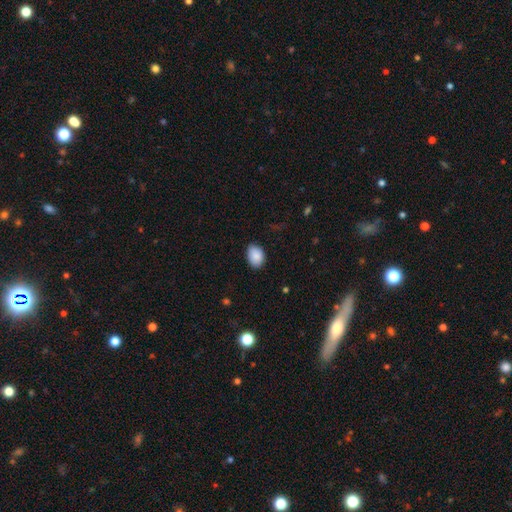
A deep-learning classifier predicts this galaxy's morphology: A smooth galaxy with no disk features (89%) that is in between round and cigar-shaped (82%). Merging: none (82%).